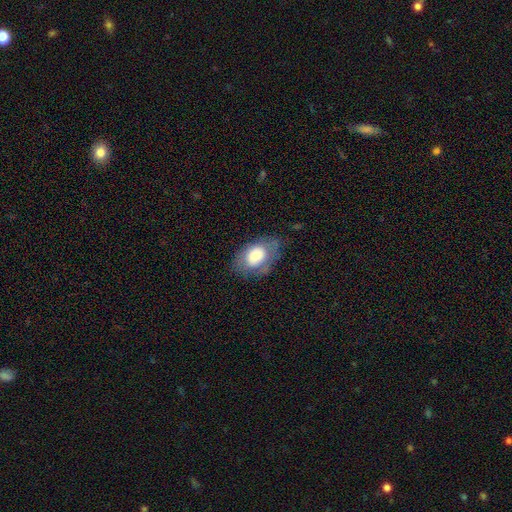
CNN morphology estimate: smooth_or_featured: smooth (p=0.69) [alt: featured or disk p=0.24]
how_rounded: in between (p=0.84) [alt: round p=0.15]
merging: none (p=0.62) [alt: minor disturbance p=0.24]